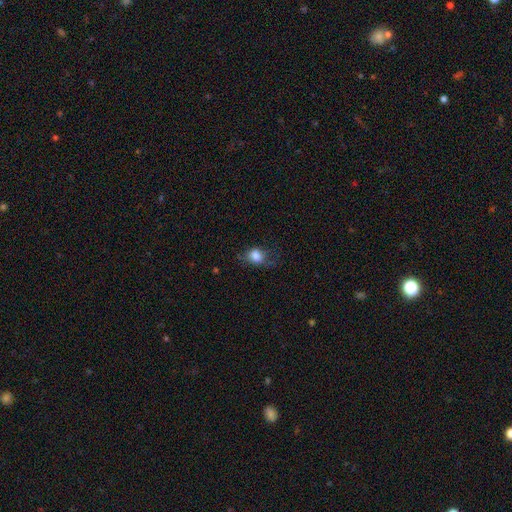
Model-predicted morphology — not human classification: Smooth or featured: smooth — 80% (featured or disk — 11%)
How rounded: round — 51% (in between — 47%)
Merging: none — 53% (minor disturbance — 29%)